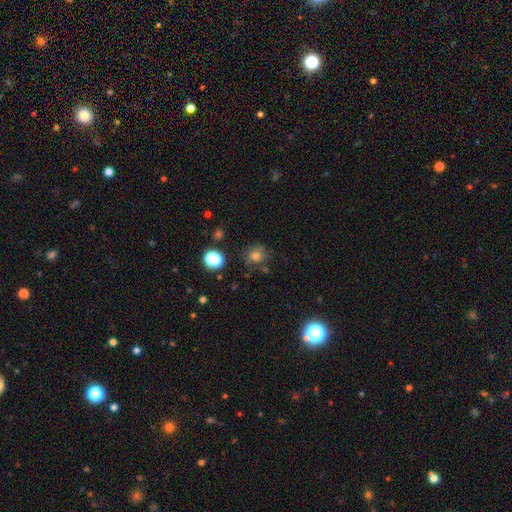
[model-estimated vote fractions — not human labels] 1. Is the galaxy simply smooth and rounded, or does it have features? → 74% smooth, 17% star or artifact, 9% featured or disk.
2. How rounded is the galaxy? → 80% round, 19% in between, 1% cigar-shaped.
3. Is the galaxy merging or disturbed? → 72% none, 17% minor disturbance, 6% major disturbance, 5% merger.